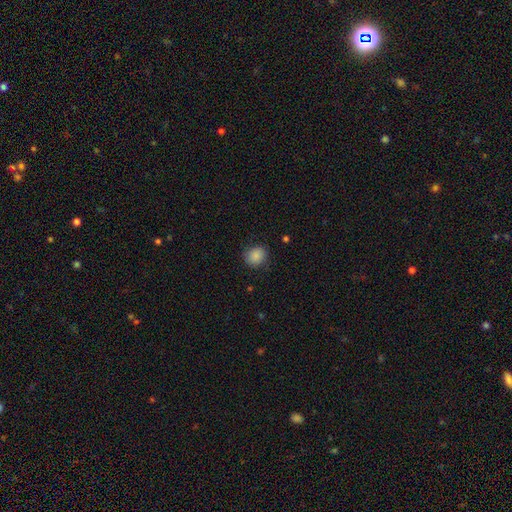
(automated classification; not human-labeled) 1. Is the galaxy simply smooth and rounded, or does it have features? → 87% smooth, 9% star or artifact, 5% featured or disk.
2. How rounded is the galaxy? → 76% round, 23% in between, 1% cigar-shaped.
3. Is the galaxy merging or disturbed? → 81% none, 15% minor disturbance, 4% major disturbance, 1% merger.